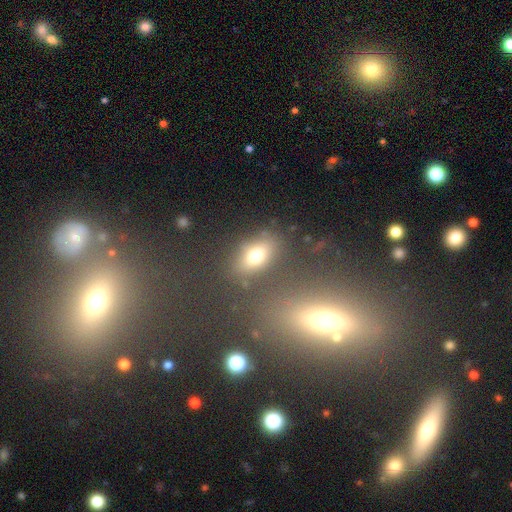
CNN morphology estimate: type=smooth (72%); roundness=in between (75%); merging=none (76%).